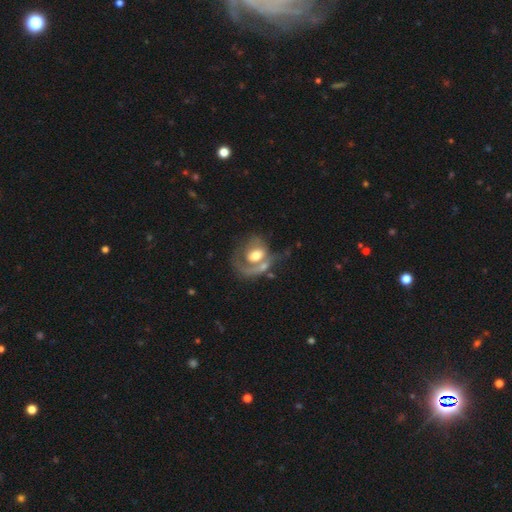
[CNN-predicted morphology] A featured or disk galaxy (65%) with no bar (63%), spiral arms (63%) and a moderate central bulge (65%).

Vote fractions:
- Smooth or featured? featured or disk: 65% / smooth: 29% / star or artifact: 6%
- Edge-on disk? no: 96% / yes: 4%
- Bar? no: 63% / weak: 28% / strong: 9%
- Spiral arms? yes: 63% / no: 37%
- Bulge size? moderate: 65% / large: 22% / small: 10% / dominant: 2% / none: 2%
- Merging? none: 33% / major disturbance: 28% / merger: 22% / minor disturbance: 17%